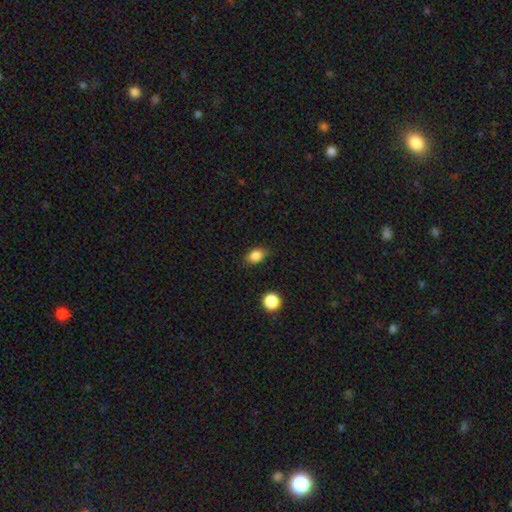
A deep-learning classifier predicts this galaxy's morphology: Smooth or featured? Predicted: smooth (p=0.85). How rounded? Predicted: in between (p=0.73). Merging? Predicted: none (p=0.81).